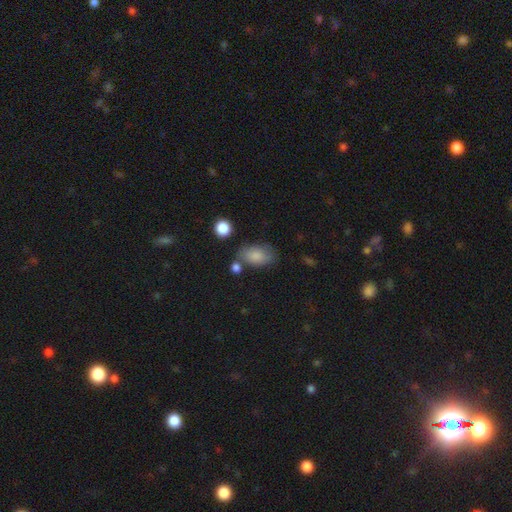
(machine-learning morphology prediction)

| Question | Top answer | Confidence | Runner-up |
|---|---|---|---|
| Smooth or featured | smooth | 83% | featured or disk (9%) |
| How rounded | in between | 90% | round (8%) |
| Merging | none | 62% | minor disturbance (21%) |